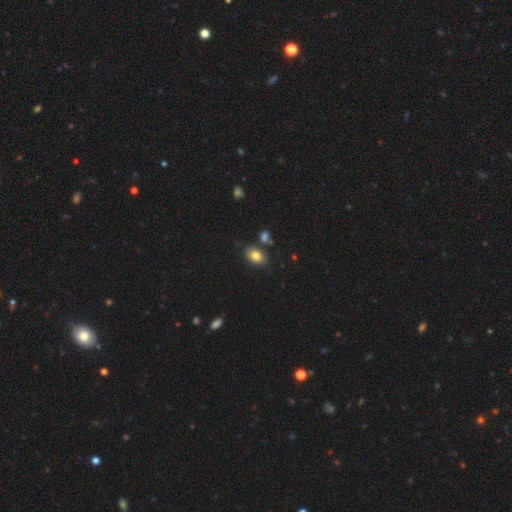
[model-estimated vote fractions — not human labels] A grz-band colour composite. It shows a smooth galaxy with no disk features (80%) that is in between round and cigar-shaped (81%). Merging: none (76%).